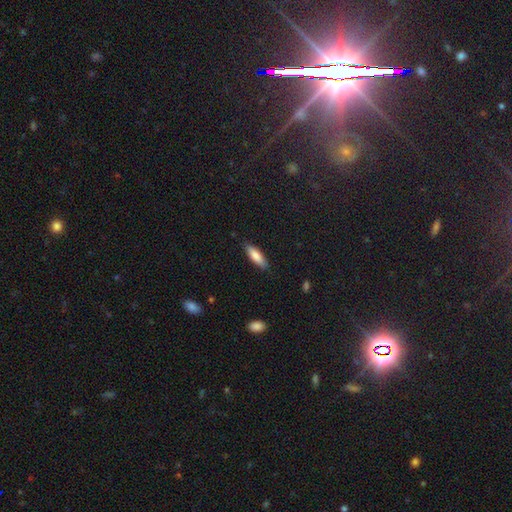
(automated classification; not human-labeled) A smooth galaxy with no disk features (82%) that is cigar-shaped (54%).

Vote fractions:
- Smooth or featured? smooth: 82% / featured or disk: 12% / star or artifact: 6%
- How rounded? cigar-shaped: 54% / in between: 45% / round: 1%
- Merging? none: 85% / minor disturbance: 11% / major disturbance: 2% / merger: 1%